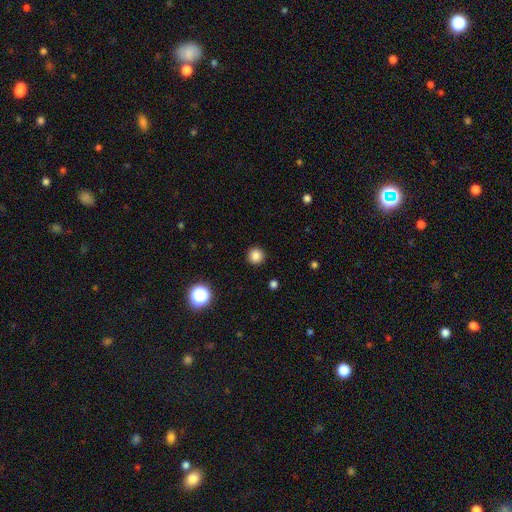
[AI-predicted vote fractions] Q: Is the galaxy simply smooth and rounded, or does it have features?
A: smooth — 85%.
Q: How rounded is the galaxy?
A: round — 94%.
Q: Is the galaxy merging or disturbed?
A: none — 92%.